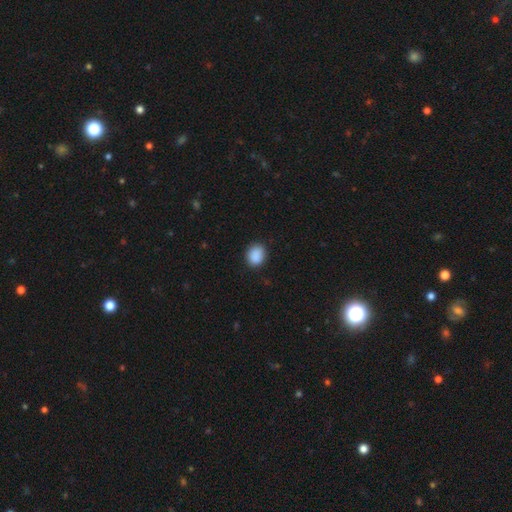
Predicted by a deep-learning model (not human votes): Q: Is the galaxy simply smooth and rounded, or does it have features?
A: smooth — 89%.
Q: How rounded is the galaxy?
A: round — 52%.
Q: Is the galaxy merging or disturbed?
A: none — 85%.